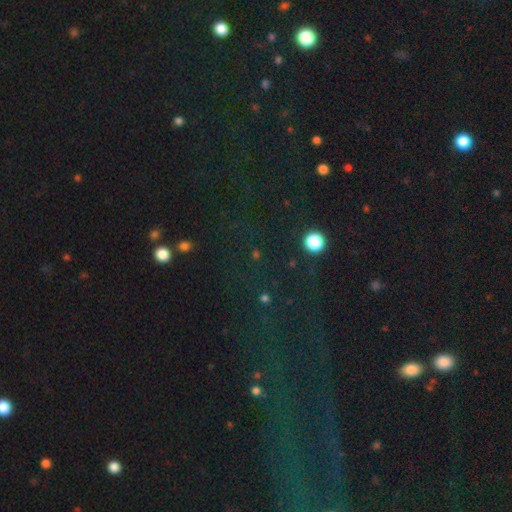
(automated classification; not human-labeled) This appears to be a star or artifact, not a galaxy (69%).